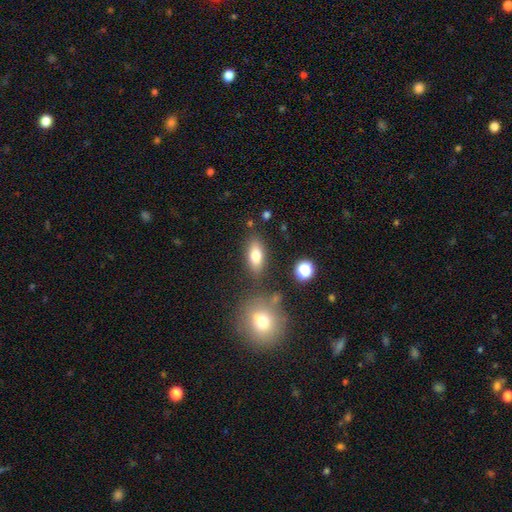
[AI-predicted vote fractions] This is likely a smooth galaxy (75%). How rounded: clearly in between (82%). Merging: likely none (80%).